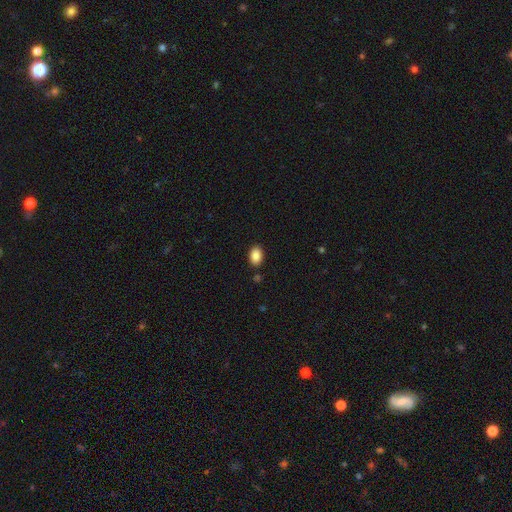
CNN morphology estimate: Smooth or featured?
  - smooth: 88% *
  - star or artifact: 8%
  - featured or disk: 4%
How rounded?
  - in between: 84% *
  - round: 14%
  - cigar-shaped: 1%
Merging?
  - none: 87% *
  - minor disturbance: 8%
  - merger: 2%
  - major disturbance: 2%